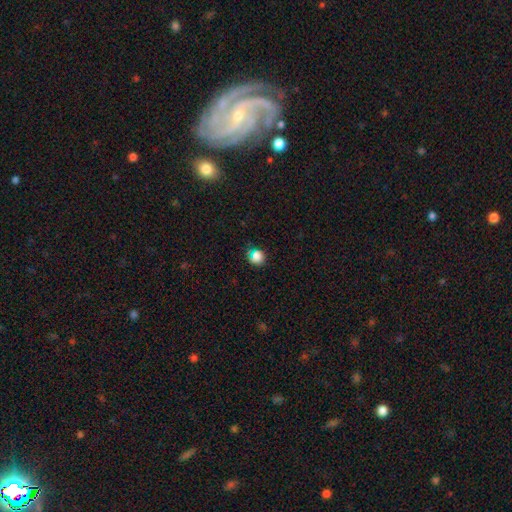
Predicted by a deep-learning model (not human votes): Smooth or featured? smooth (74%)
How rounded? round (88%)
Merging? none (79%)